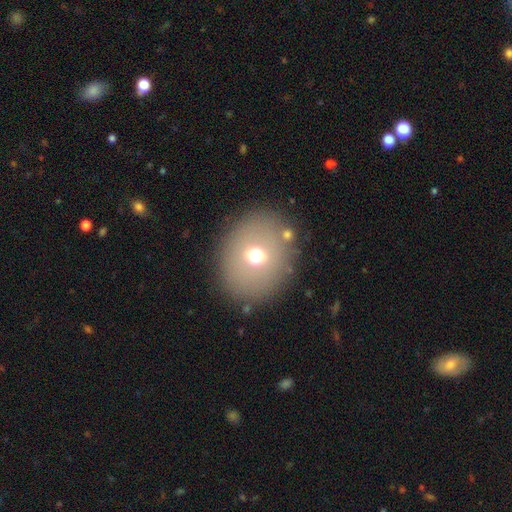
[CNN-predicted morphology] Smooth or featured? Predicted: smooth (p=0.65). How rounded? Predicted: round (p=0.67). Merging? Predicted: none (p=0.83).